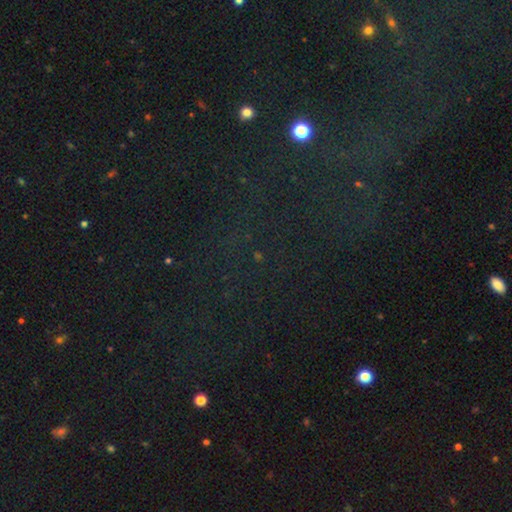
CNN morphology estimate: smooth_or_featured: star or artifact (p=0.77) [alt: smooth p=0.14]